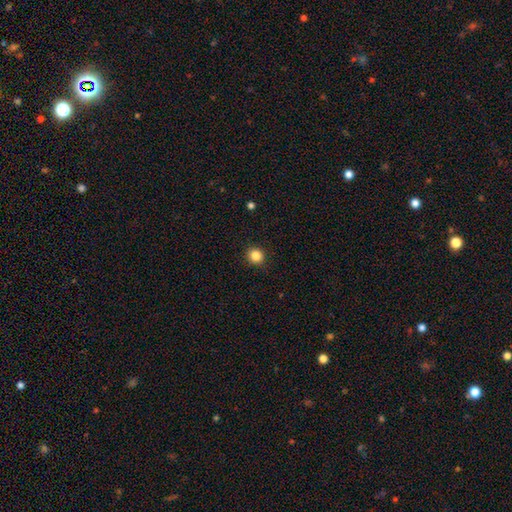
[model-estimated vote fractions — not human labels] smooth 85%, star or artifact 11%, featured or disk 4%. Down the decision tree: how rounded — round (92%); merging — none (92%).